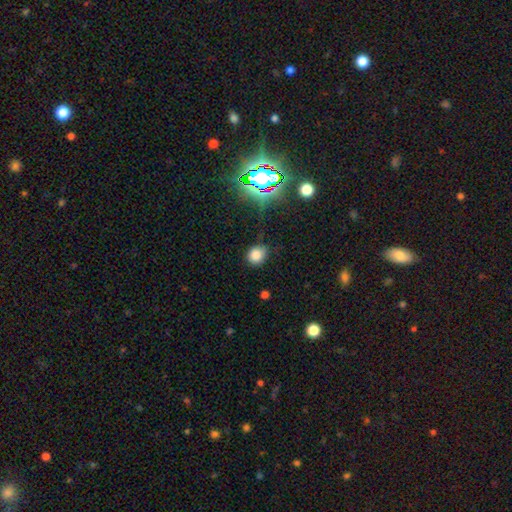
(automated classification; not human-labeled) Smooth or featured? smooth (78%)
How rounded? round (72%)
Merging? none (72%)